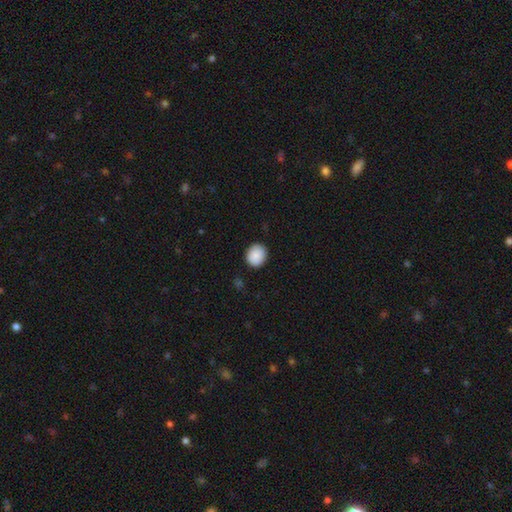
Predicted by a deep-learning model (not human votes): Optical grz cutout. It shows a smooth galaxy with no disk features (87%) that is round (79%). Merging: none (89%).